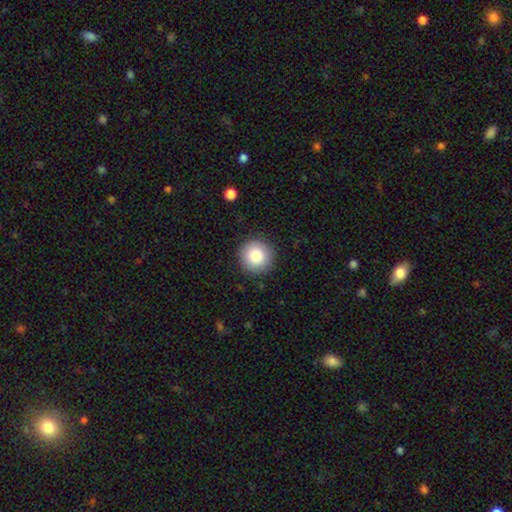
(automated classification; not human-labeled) A smooth galaxy with no disk features (84%) that is round (96%). Merging: none (90%).